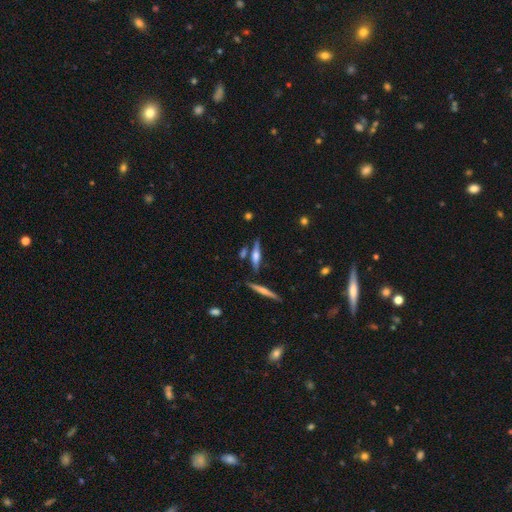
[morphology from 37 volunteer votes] Volunteers were most divided on "edge-on bulge" (2-way tie): boxy: 48%, rounded: 48%, none: 4%. More confident: edge-on disk — yes (100%); smooth or featured — featured or disk (73%); merging — none (69%).